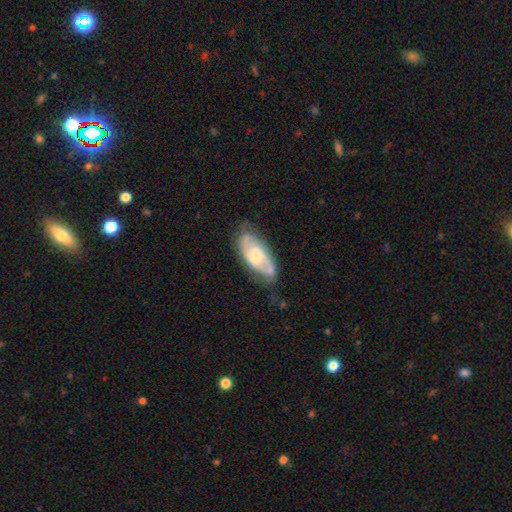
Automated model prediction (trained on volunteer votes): Morphology: type=featured or disk (75%); edge-on=no (93%); bar=weak (48%); spiral arms=yes (90%); winding=medium (50%); arm count=2 (78%); bulge=moderate (50%); merging=none (69%).